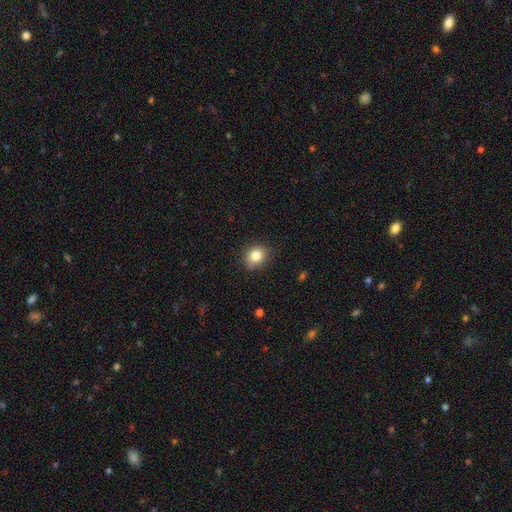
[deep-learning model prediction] smooth_or_featured: smooth (p=0.83) [alt: star or artifact p=0.11]
how_rounded: round (p=0.67) [alt: in between p=0.32]
merging: none (p=0.80) [alt: minor disturbance p=0.16]